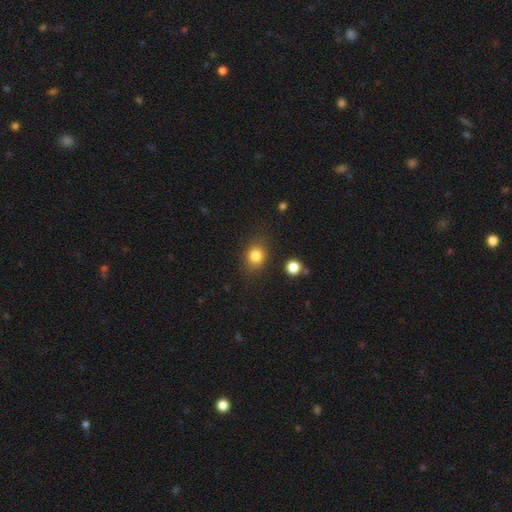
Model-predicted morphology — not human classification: type=smooth (83%); roundness=round (56%); merging=none (80%).